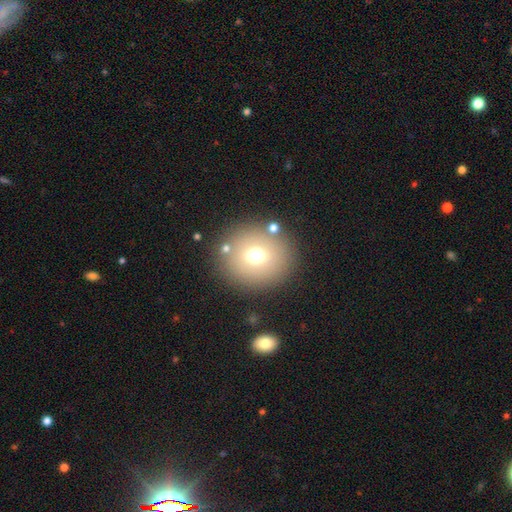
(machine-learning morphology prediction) type=smooth (67%); roundness=round (87%); merging=none (83%).